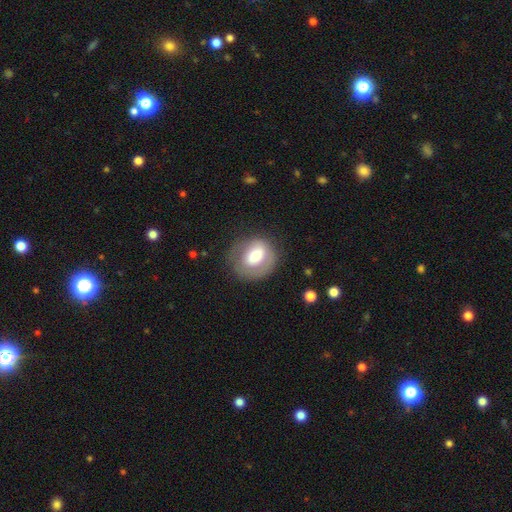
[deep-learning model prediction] A smooth galaxy with no disk features (59%) that is round (61%).

Vote fractions:
- Smooth or featured? smooth: 59% / featured or disk: 34% / star or artifact: 7%
- How rounded? round: 61% / in between: 38% / cigar-shaped: 1%
- Merging? none: 64% / minor disturbance: 20% / major disturbance: 14% / merger: 2%